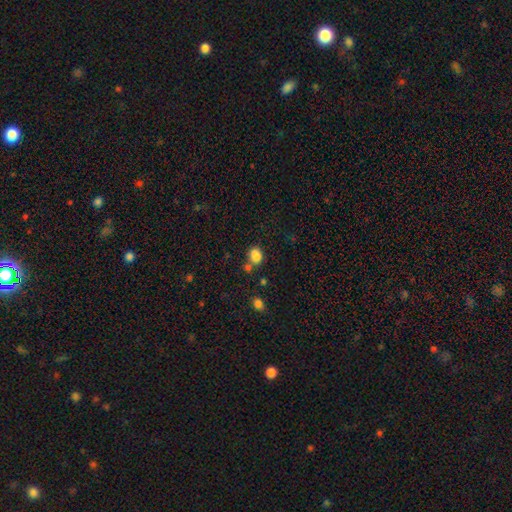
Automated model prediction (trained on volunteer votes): Smooth or featured?
  - smooth: 81% *
  - star or artifact: 12%
  - featured or disk: 7%
How rounded?
  - round: 52% *
  - in between: 47%
  - cigar-shaped: 1%
Merging?
  - none: 50% *
  - merger: 30%
  - minor disturbance: 15%
  - major disturbance: 5%